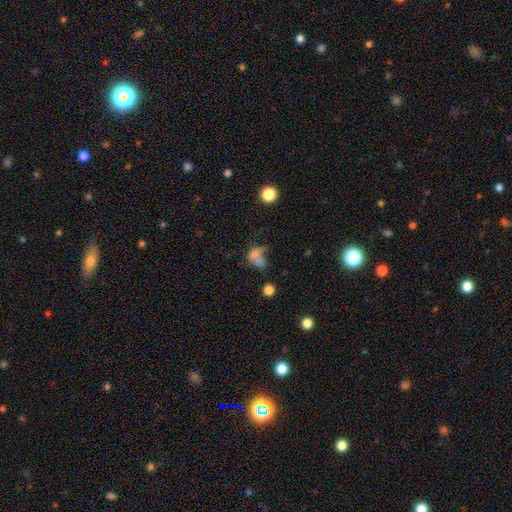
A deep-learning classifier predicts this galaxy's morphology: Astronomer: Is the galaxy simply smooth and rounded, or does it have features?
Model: smooth — 63%.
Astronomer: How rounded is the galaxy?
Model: in between — 68%.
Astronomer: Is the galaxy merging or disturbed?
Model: merger — 40% (runner-up: major disturbance, 24%).